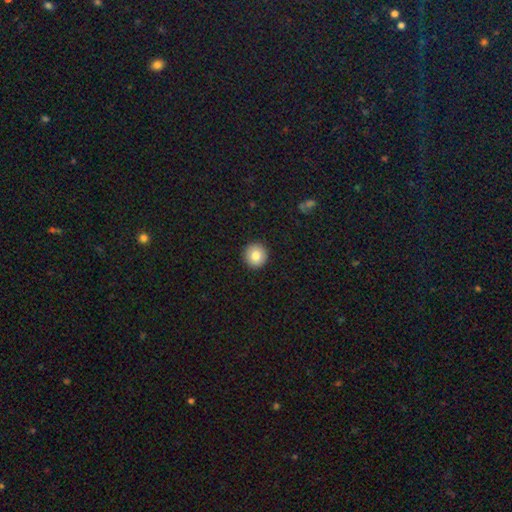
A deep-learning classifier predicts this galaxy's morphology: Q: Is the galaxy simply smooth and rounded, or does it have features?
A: smooth — 82%.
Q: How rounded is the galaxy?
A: round — 95%.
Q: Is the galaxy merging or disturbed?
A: none — 93%.